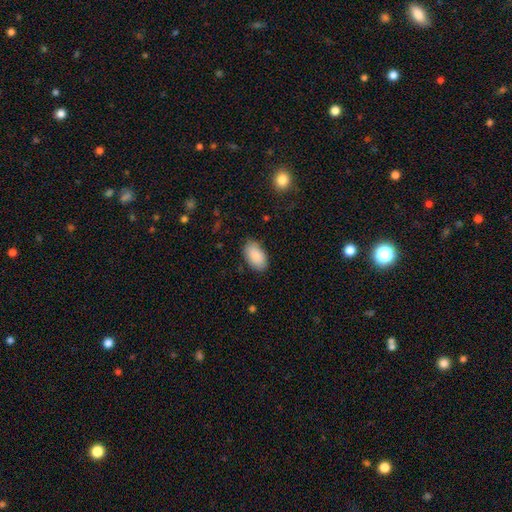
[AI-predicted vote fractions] This appears to be a smooth galaxy with no disk features (89%) that is in between round and cigar-shaped (94%). Merging: none (82%).